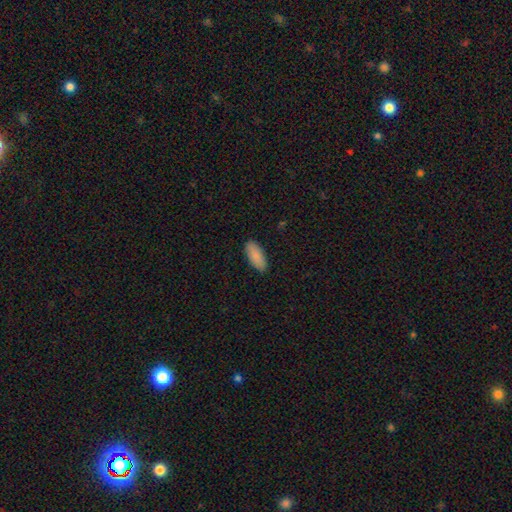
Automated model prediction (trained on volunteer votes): A smooth galaxy with no disk features (89%) that is in between round and cigar-shaped (85%).

Vote fractions:
- Smooth or featured? smooth: 89% / star or artifact: 6% / featured or disk: 5%
- How rounded? in between: 85% / cigar-shaped: 13% / round: 2%
- Merging? none: 89% / minor disturbance: 9% / major disturbance: 2% / merger: 1%